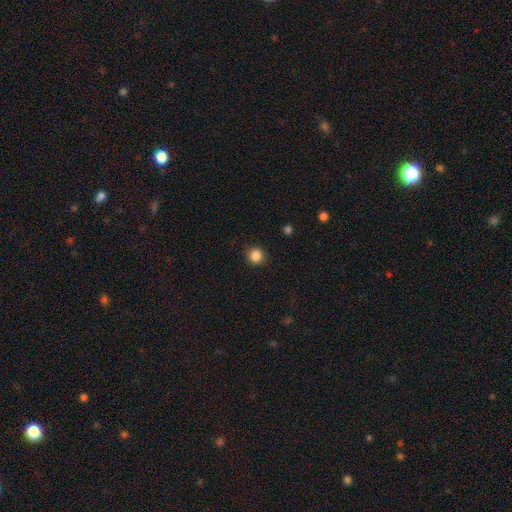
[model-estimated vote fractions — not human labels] Overall: smooth (85%). How rounded: round (83%). Merging: none (88%).